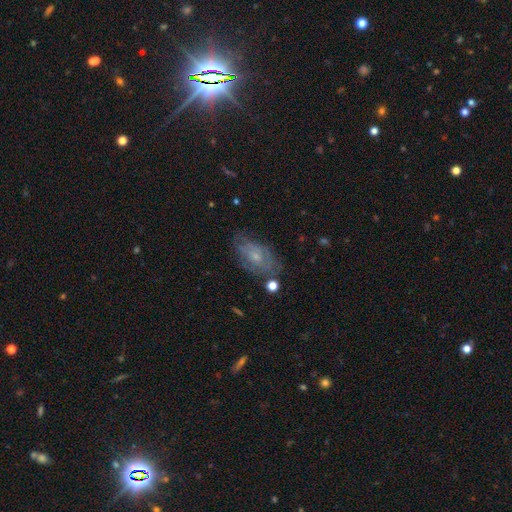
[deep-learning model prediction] Q: Smooth or featured?
A: featured or disk (53%); runner-up: smooth (37%)
Q: Edge-on disk?
A: no (93%); runner-up: yes (7%)
Q: Merging?
A: none (59%); runner-up: minor disturbance (26%)